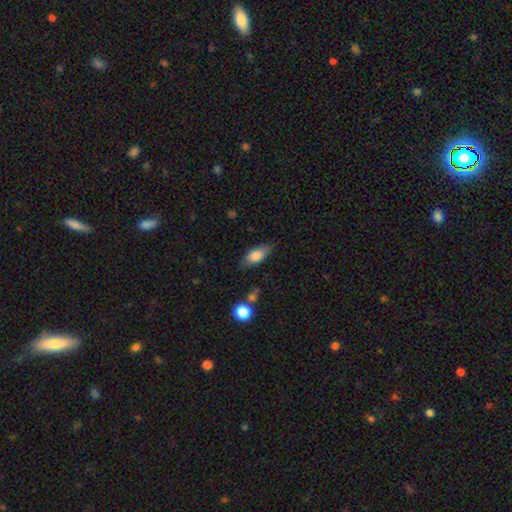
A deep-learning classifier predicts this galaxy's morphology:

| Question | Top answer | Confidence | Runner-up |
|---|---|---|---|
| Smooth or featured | smooth | 76% | featured or disk (17%) |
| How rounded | in between | 80% | cigar-shaped (15%) |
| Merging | none | 71% | minor disturbance (21%) |